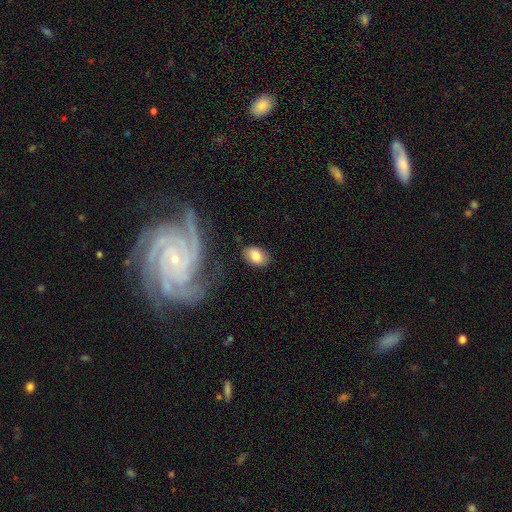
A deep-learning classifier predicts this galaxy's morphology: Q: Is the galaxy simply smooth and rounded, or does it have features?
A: smooth — 80%.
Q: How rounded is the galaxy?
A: in between — 87%.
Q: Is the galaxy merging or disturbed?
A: none — 80%.